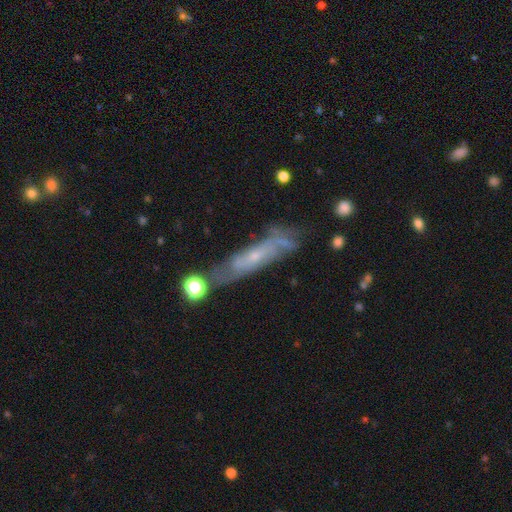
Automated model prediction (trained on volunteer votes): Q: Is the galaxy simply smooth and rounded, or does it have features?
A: featured or disk — 68%.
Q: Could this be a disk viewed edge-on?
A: no — 57%.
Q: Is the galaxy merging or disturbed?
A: none — 62%.